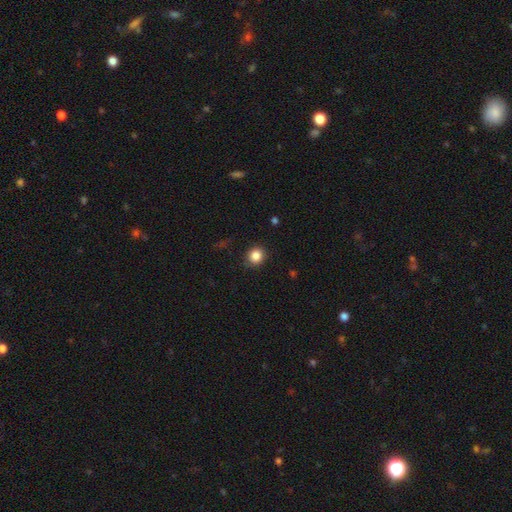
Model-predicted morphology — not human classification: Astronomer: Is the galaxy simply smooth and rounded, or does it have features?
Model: smooth — 85%.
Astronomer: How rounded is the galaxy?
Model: round — 87%.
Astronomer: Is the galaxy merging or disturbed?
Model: none — 89%.